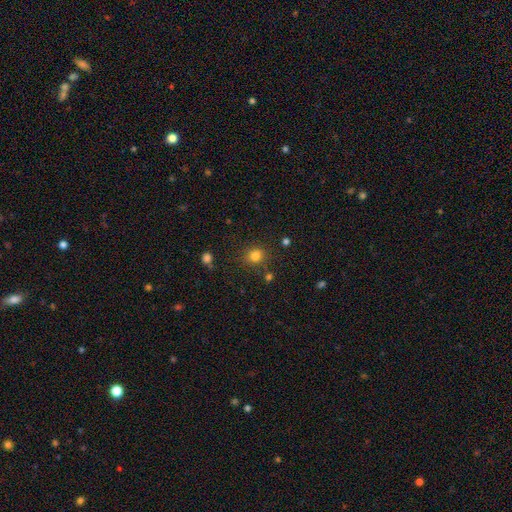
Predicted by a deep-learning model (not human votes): smooth 80%, star or artifact 14%, featured or disk 5%. Down the decision tree: how rounded — round (81%); merging — none (81%).